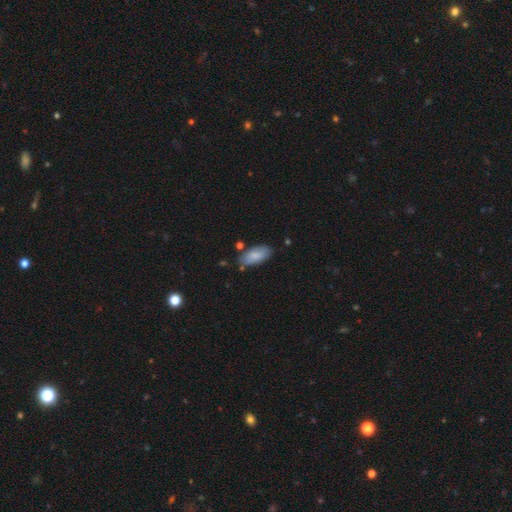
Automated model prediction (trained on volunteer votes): smooth-or-featured: smooth: 82% | featured or disk: 12% | star or artifact: 6%
  how-rounded: in between: 89% | cigar-shaped: 9% | round: 2%
  merging: none: 73% | minor disturbance: 19% | merger: 5% | major disturbance: 4%